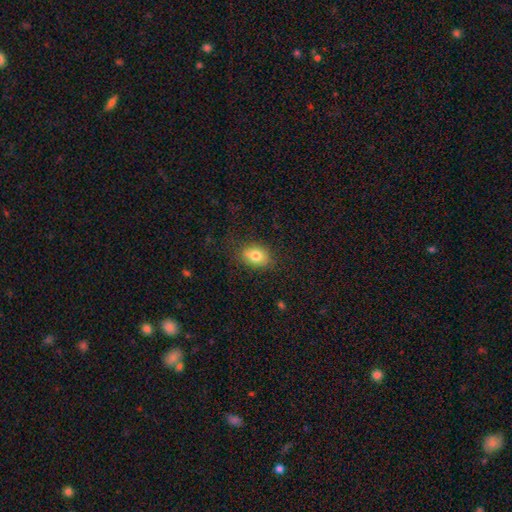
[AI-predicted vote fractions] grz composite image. It shows a smooth galaxy with no disk features (78%) that is in between round and cigar-shaped (74%). Merging: none (80%).